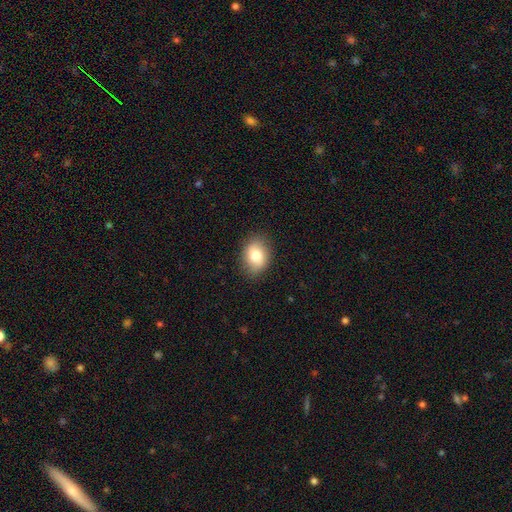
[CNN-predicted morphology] This is likely a smooth galaxy (78%). How rounded: likely in between (69%). Merging: clearly none (86%).